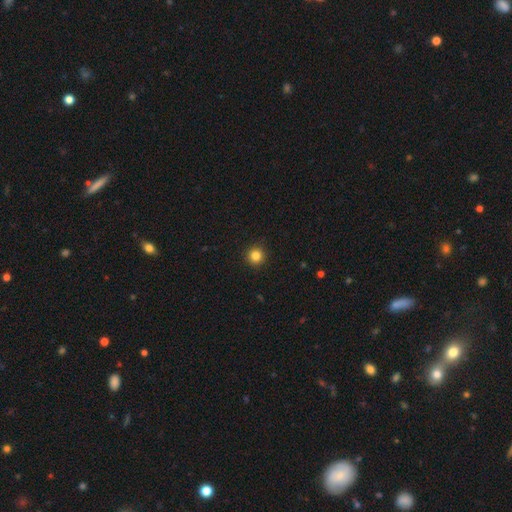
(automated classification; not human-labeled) Smooth or featured?
  - smooth: 84% *
  - star or artifact: 12%
  - featured or disk: 4%
How rounded?
  - round: 95% *
  - in between: 4%
  - cigar-shaped: 1%
Merging?
  - none: 92% *
  - minor disturbance: 5%
  - major disturbance: 2%
  - merger: 1%